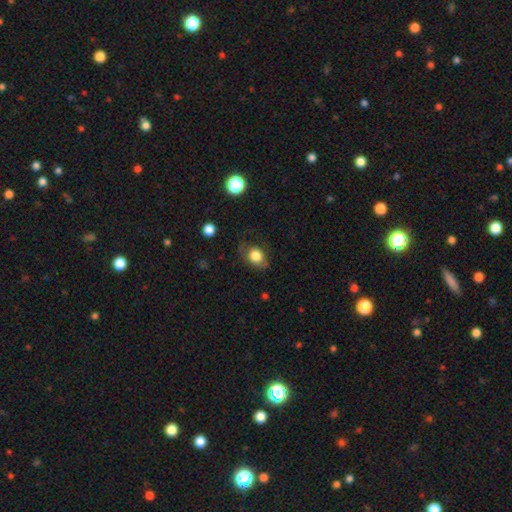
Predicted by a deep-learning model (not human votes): Smooth or featured?
  - smooth: 79% *
  - featured or disk: 12%
  - star or artifact: 9%
How rounded?
  - round: 55% *
  - in between: 44%
  - cigar-shaped: 1%
Merging?
  - none: 63% *
  - minor disturbance: 23%
  - major disturbance: 12%
  - merger: 2%